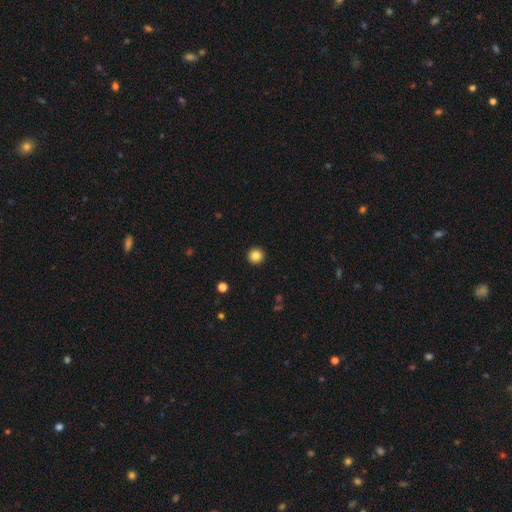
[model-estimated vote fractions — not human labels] A smooth galaxy with no disk features (85%) that is round (96%). Merging: none (94%).